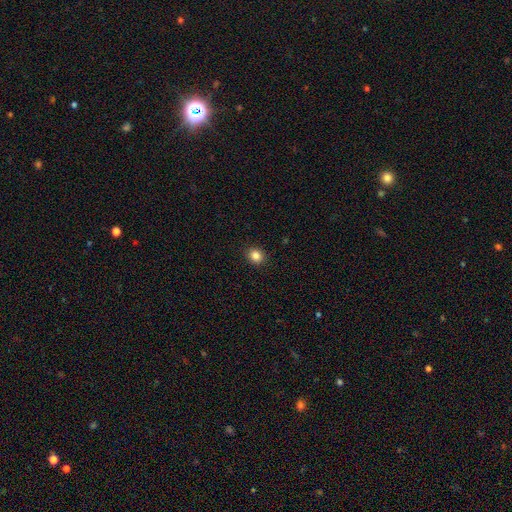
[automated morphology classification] smooth_or_featured: smooth (p=0.85) [alt: star or artifact p=0.11]
how_rounded: round (p=0.74) [alt: in between p=0.25]
merging: none (p=0.91) [alt: minor disturbance p=0.06]